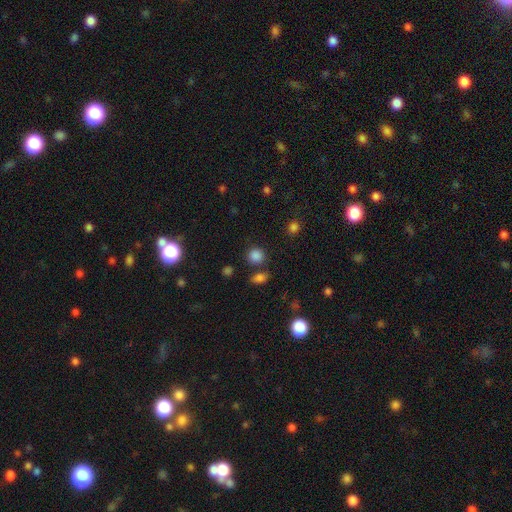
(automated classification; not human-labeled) A smooth galaxy with no disk features (83%) that is round (84%). Merging: none (77%).